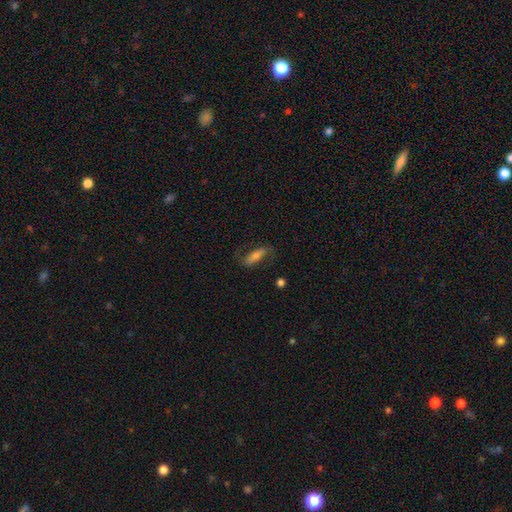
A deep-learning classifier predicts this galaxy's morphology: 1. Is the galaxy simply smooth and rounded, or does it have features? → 49% featured or disk, 42% smooth, 9% star or artifact.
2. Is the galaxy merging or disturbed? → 70% none, 18% minor disturbance, 10% major disturbance, 2% merger.